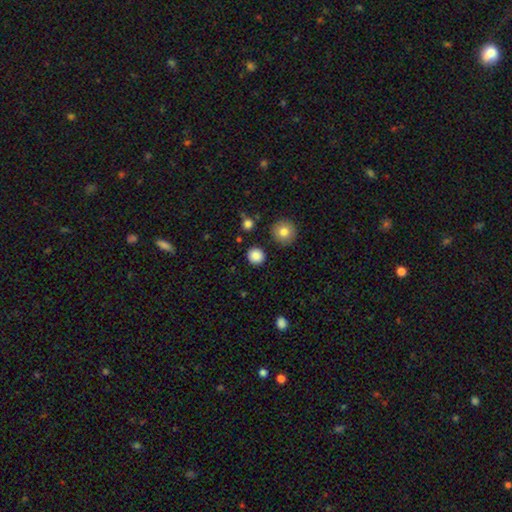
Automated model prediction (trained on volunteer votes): This appears to be a smooth galaxy with no disk features (85%) that is round (91%). Merging: none (89%).